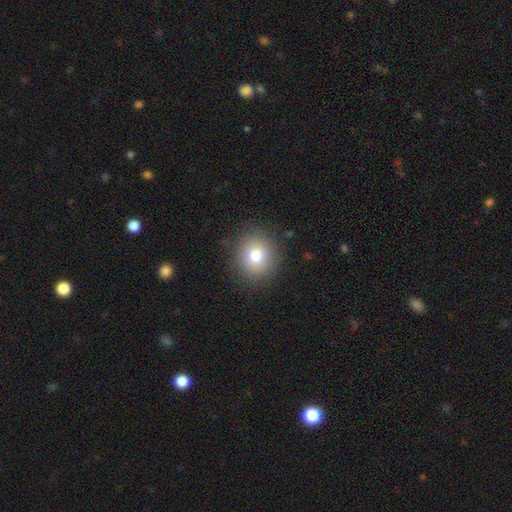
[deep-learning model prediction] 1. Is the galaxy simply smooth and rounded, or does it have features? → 80% smooth, 11% star or artifact, 9% featured or disk.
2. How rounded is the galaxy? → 85% round, 15% in between, 1% cigar-shaped.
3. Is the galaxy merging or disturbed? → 88% none, 8% minor disturbance, 3% major disturbance, 1% merger.